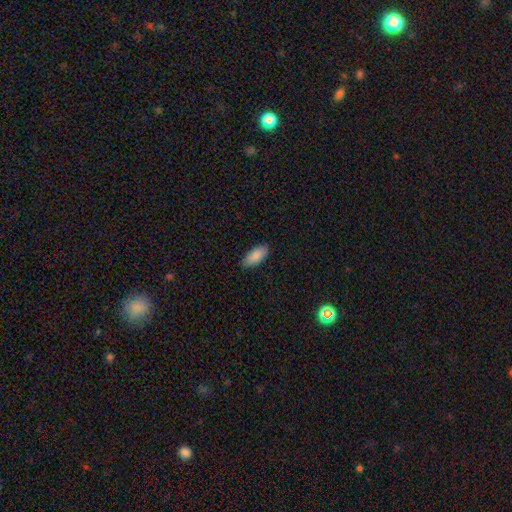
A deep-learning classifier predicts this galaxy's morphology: smooth-or-featured: smooth: 89% | star or artifact: 6% | featured or disk: 5%
  how-rounded: in between: 89% | cigar-shaped: 9% | round: 2%
  merging: none: 88% | minor disturbance: 9% | major disturbance: 2% | merger: 1%